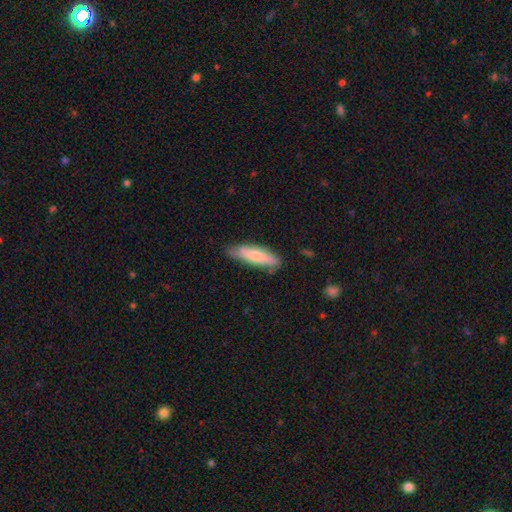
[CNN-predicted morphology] The model was most divided on "how rounded": cigar-shaped: 57%, in between: 41%, round: 2%. More confident: smooth or featured — smooth (72%); merging — none (69%).